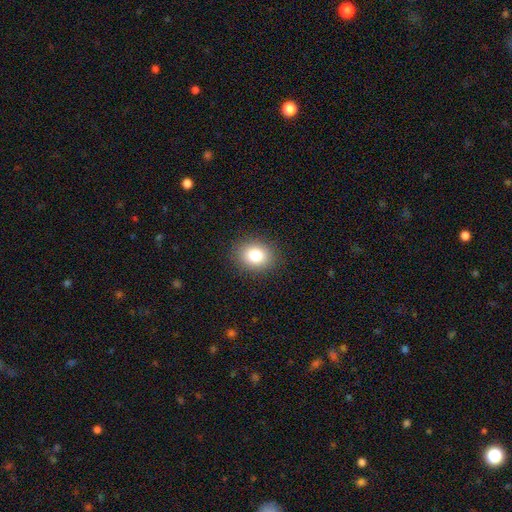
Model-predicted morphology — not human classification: smooth-or-featured: smooth: 82% | star or artifact: 10% | featured or disk: 7%
  how-rounded: in between: 52% | round: 47% | cigar-shaped: 1%
  merging: none: 91% | minor disturbance: 6% | major disturbance: 2% | merger: 1%